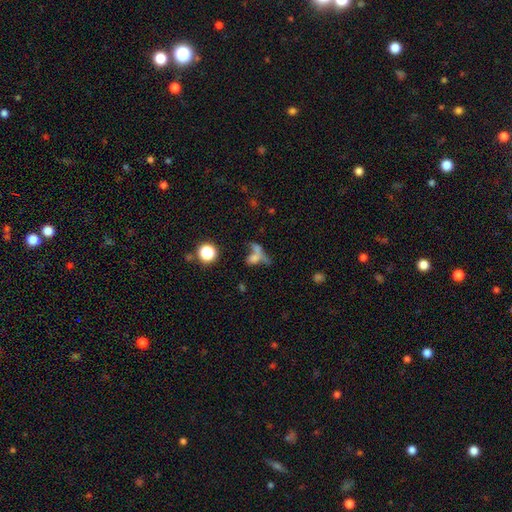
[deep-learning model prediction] This is possibly a smooth galaxy (58%). How rounded: possibly in between (49%). Merging: possibly merger (46%).